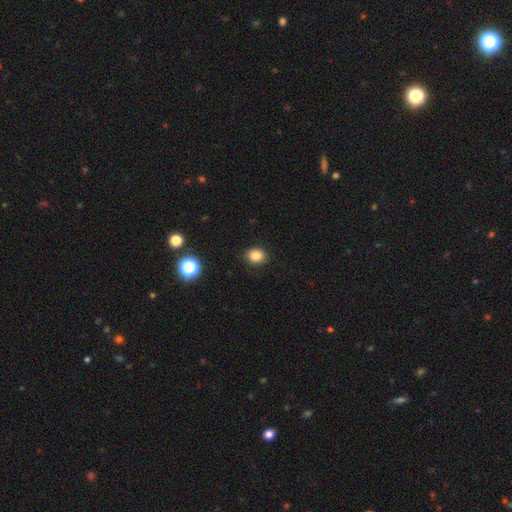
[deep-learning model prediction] smooth-or-featured: smooth: 82% | star or artifact: 12% | featured or disk: 5%
  how-rounded: round: 64% | in between: 35% | cigar-shaped: 1%
  merging: none: 89% | minor disturbance: 8% | major disturbance: 2% | merger: 1%